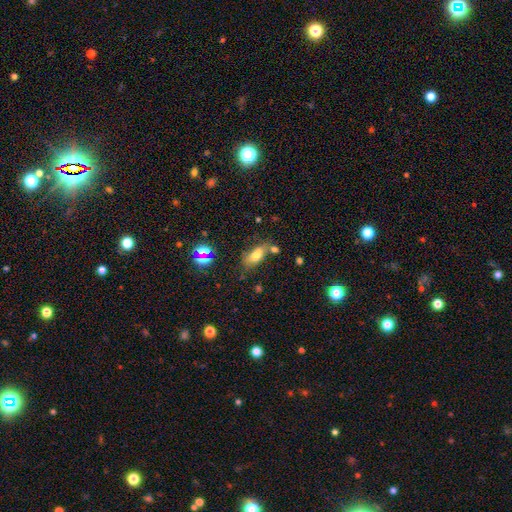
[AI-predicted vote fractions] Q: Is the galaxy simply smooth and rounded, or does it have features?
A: smooth — 67%.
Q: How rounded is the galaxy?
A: in between — 79%.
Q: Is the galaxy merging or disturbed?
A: none — 54%.